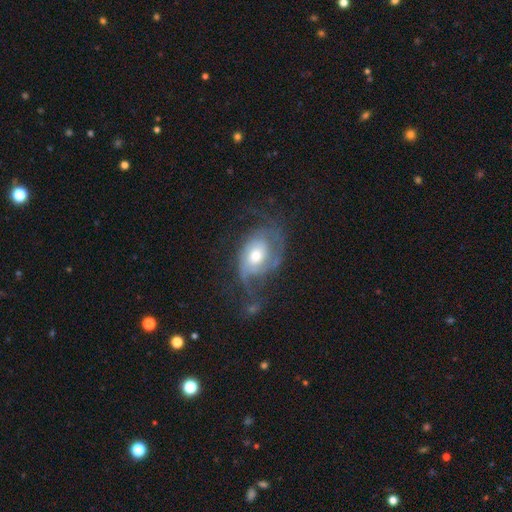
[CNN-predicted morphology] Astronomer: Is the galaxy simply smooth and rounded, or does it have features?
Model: featured or disk — 76%.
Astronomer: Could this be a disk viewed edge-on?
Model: no — 96%.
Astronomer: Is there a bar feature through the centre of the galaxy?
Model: no — 73%.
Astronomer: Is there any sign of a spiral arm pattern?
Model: yes — 87%.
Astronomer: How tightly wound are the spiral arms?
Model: medium — 39% (runner-up: tight, 37%).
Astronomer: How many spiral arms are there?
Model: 2 — 38% (runner-up: can't tell, 29%).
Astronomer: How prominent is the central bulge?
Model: moderate — 66%.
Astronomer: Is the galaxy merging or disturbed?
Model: none — 44% (runner-up: major disturbance, 30%).